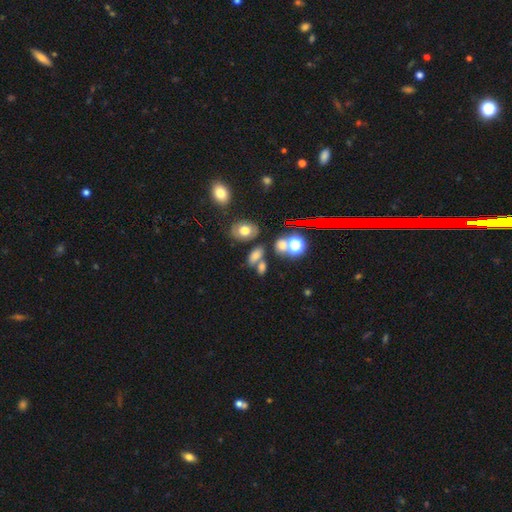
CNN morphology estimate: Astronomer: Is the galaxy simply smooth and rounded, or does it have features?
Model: smooth — 55%.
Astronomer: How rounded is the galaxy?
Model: in between — 77%.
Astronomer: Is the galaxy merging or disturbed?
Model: none — 59%.